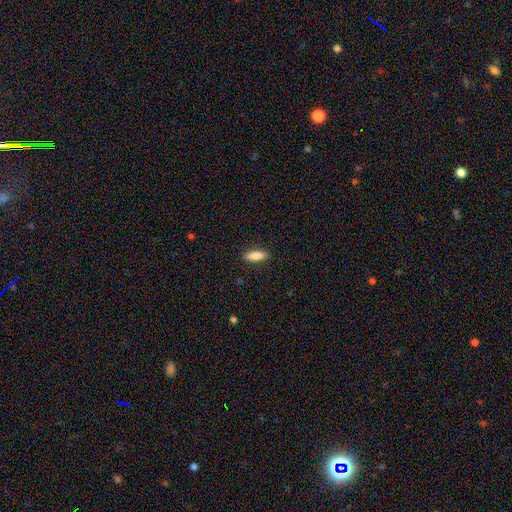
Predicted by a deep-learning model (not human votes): smooth 84%, featured or disk 9%, star or artifact 7%. Down the decision tree: how rounded — in between (51%); merging — none (89%).